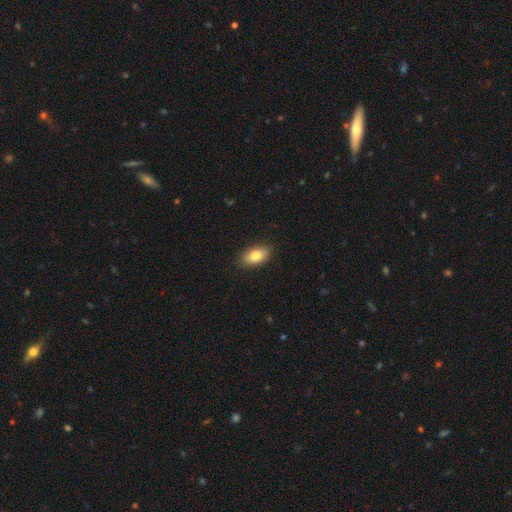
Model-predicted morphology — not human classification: type=smooth (82%); roundness=in between (91%); merging=none (88%).